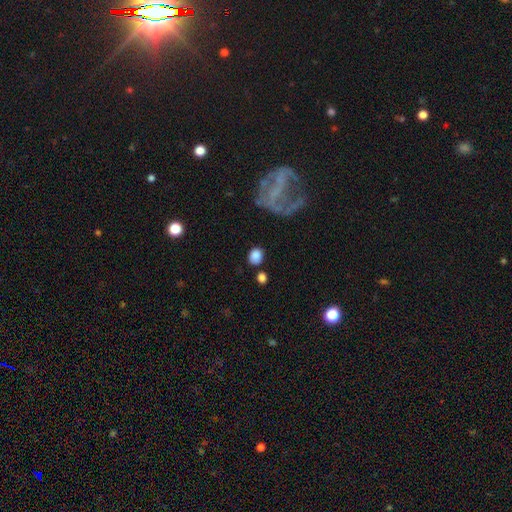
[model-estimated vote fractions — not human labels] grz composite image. It shows a smooth galaxy with no disk features (83%) that is round (64%). Merging: none (73%).